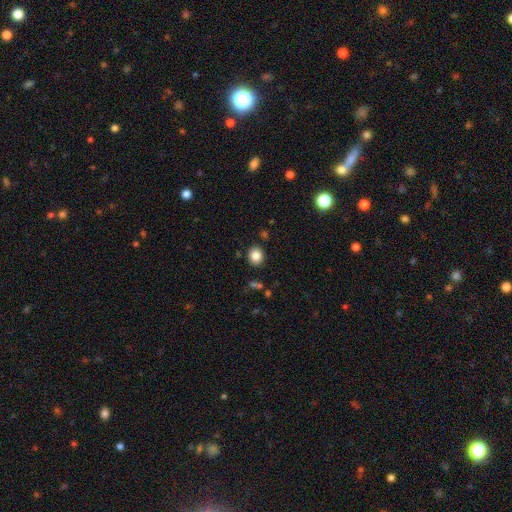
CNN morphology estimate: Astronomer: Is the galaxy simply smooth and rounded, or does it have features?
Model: smooth — 84%.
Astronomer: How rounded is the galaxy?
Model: round — 66%.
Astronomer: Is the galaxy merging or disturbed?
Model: none — 87%.